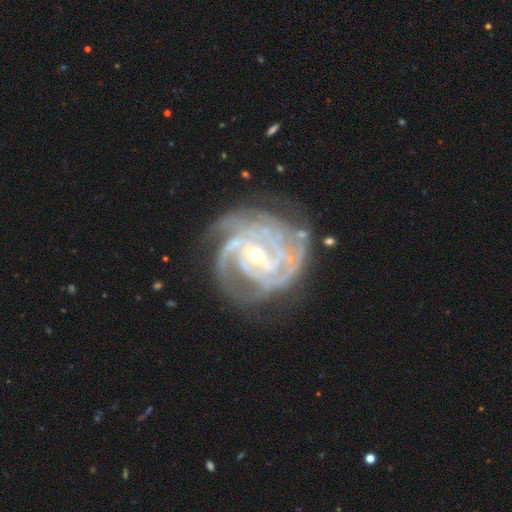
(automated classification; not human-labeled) smooth_or_featured: featured or disk (p=0.91) [alt: star or artifact p=0.06]
disk_edge_on: no (p=0.98) [alt: yes p=0.02]
bar: weak (p=0.45) [alt: no p=0.28]
has_spiral_arms: yes (p=0.98) [alt: no p=0.02]
spiral_winding: tight (p=0.64) [alt: medium p=0.31]
spiral_arm_count: 3 (p=0.30) [alt: 4 p=0.20]
bulge_size: small (p=0.60) [alt: moderate p=0.37]
merging: none (p=0.66) [alt: minor disturbance p=0.20]